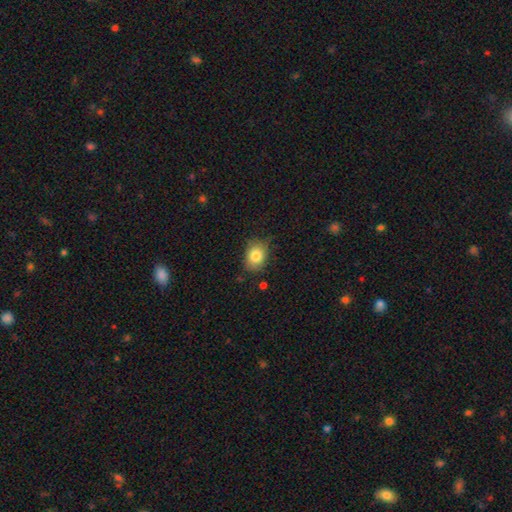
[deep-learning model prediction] Smooth or featured? smooth (84%)
How rounded? in between (54%)
Merging? none (76%)